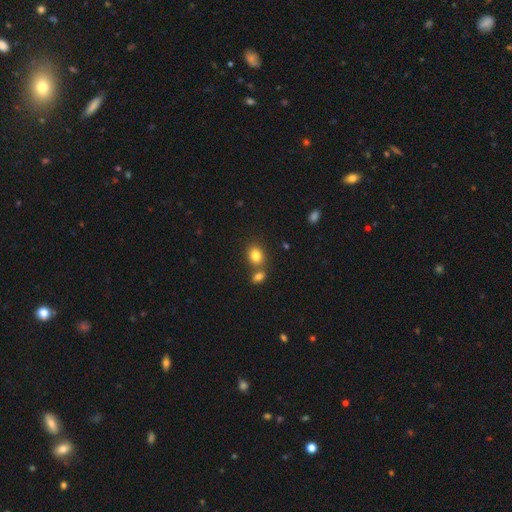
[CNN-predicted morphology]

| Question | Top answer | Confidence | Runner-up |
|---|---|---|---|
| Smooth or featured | smooth | 82% | star or artifact (11%) |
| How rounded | in between | 50% | round (49%) |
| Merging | none | 58% | merger (30%) |